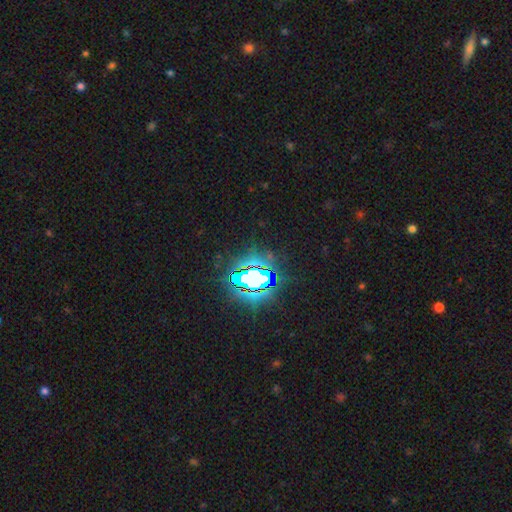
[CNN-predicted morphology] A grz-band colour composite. It shows a star or artifact, not a galaxy (85%).